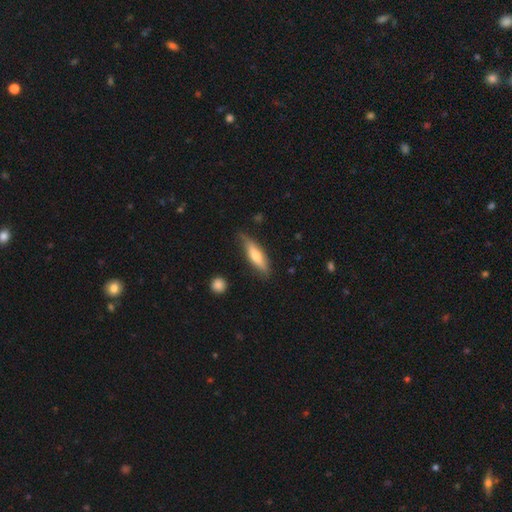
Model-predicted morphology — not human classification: smooth 57%, featured or disk 37%, star or artifact 6%. Down the decision tree: how rounded — cigar-shaped (64%); merging — none (74%).